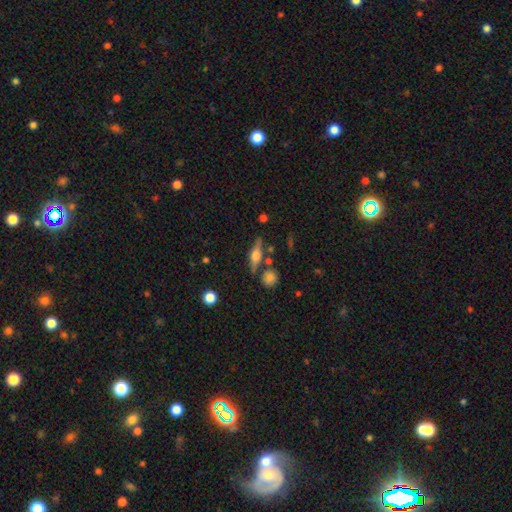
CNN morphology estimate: Smooth or featured? featured or disk (69%)
Edge-on disk? yes (96%)
Edge-on bulge? rounded (92%)
Merging? none (79%)